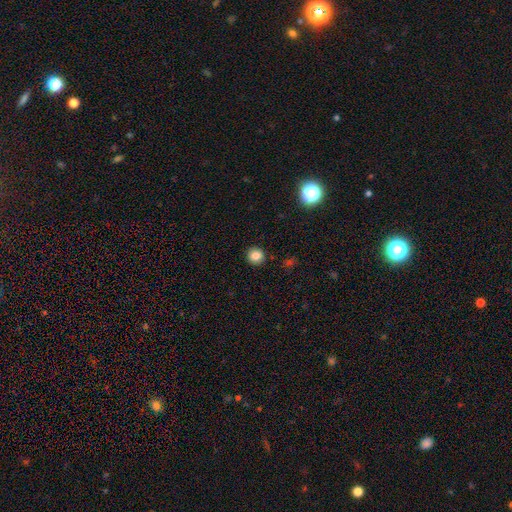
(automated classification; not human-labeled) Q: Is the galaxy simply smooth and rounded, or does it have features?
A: smooth — 84%.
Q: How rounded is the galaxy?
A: round — 91%.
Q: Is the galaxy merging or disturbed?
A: none — 91%.